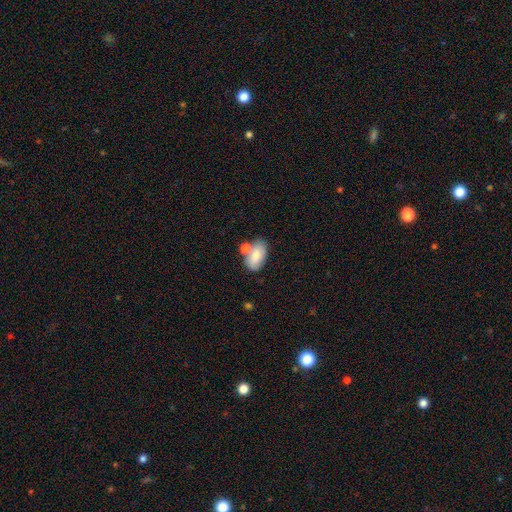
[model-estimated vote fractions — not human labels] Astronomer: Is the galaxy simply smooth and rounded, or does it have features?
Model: smooth — 78%.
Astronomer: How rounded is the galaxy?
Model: in between — 92%.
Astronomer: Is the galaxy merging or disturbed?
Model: none — 53%.